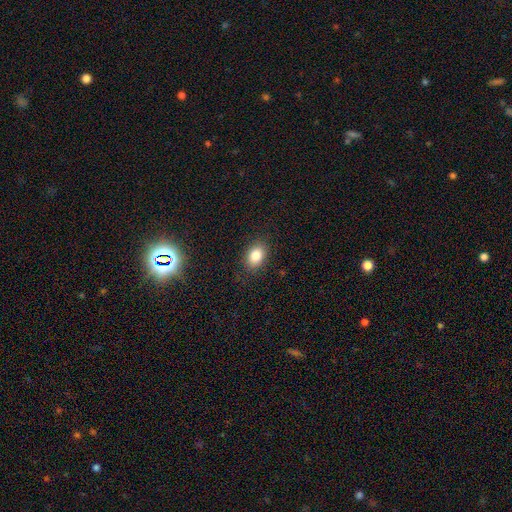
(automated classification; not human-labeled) The model was most divided on "how rounded": in between: 77%, round: 22%, cigar-shaped: 1%. More confident: merging — none (86%); smooth or featured — smooth (83%).